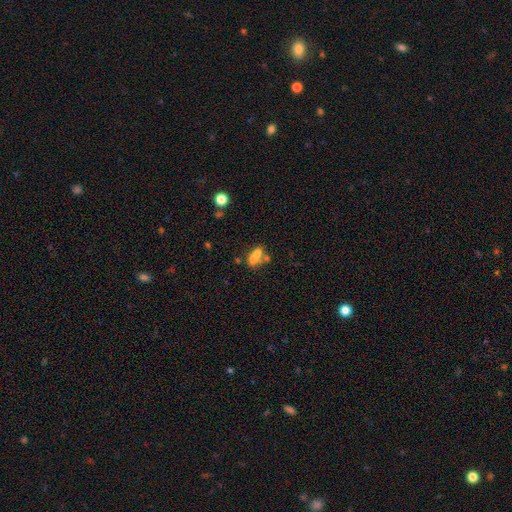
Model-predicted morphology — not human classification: smooth 58%, featured or disk 28%, star or artifact 14%. Down the decision tree: how rounded — in between (64%); merging — merger (54%).